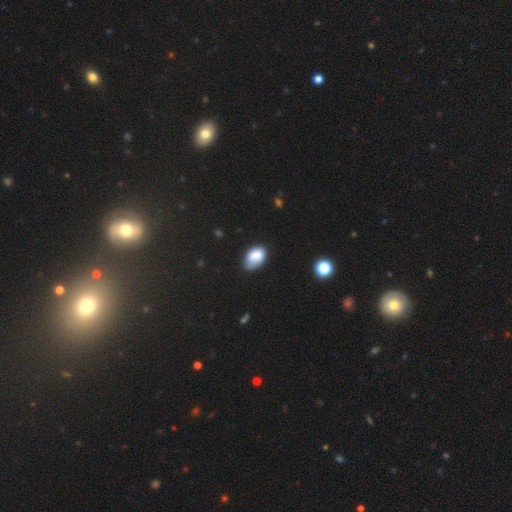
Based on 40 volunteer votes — Smooth or featured? 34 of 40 (85%) said smooth. How rounded? 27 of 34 (79%) said in between. Merging? 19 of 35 (54%) said none.